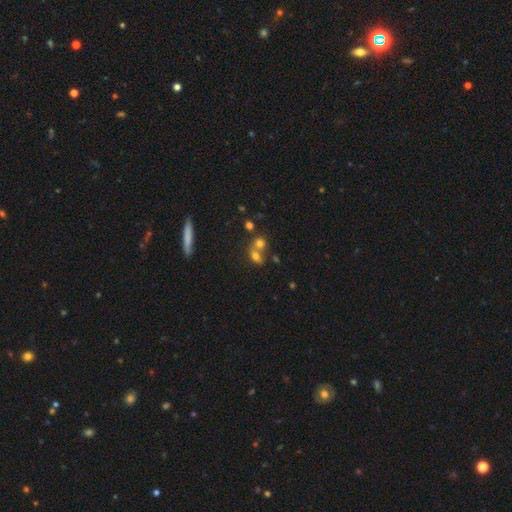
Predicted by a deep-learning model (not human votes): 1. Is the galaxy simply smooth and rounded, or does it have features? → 68% smooth, 18% featured or disk, 14% star or artifact.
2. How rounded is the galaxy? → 48% round, 47% in between, 5% cigar-shaped.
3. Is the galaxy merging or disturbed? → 57% merger, 31% none, 8% minor disturbance, 5% major disturbance.